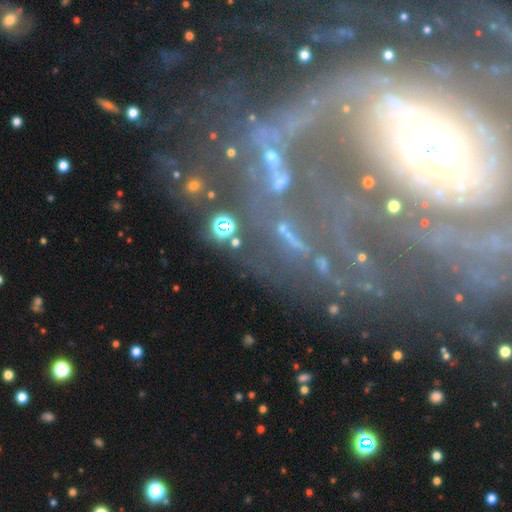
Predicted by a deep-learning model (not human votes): A featured or disk galaxy (78%) with no bar (50%), 2 (29%) tight (45%) spiral arms (82%) and a moderate central bulge (47%). Merging: none (55%).